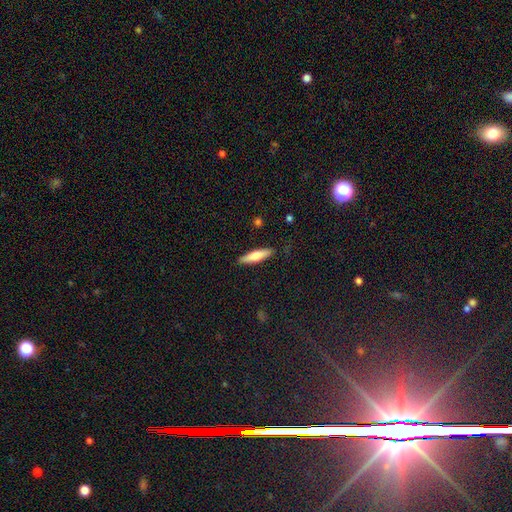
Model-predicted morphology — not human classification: Smooth or featured: smooth — 64% (featured or disk — 31%)
How rounded: cigar-shaped — 77% (in between — 21%)
Merging: none — 88% (minor disturbance — 9%)